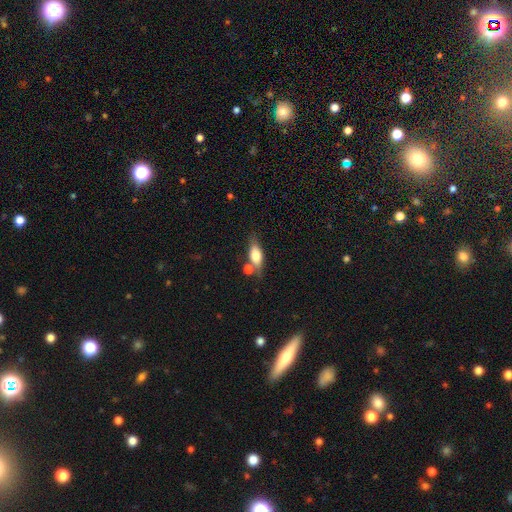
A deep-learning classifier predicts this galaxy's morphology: type=smooth (63%); roundness=in between (67%); merging=none (60%).